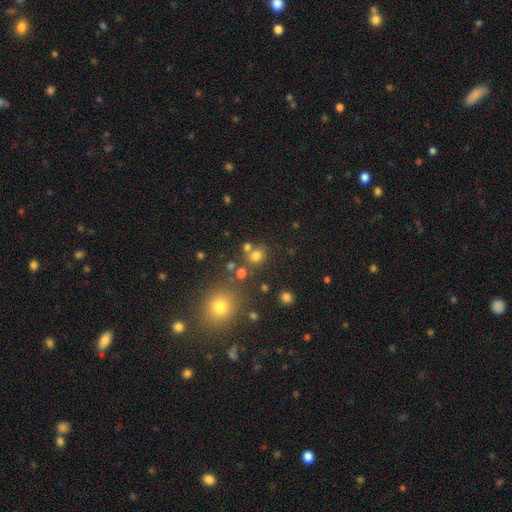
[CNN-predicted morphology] Q: Smooth or featured?
A: smooth (72%); runner-up: star or artifact (19%)
Q: How rounded?
A: round (80%); runner-up: in between (19%)
Q: Merging?
A: none (67%); runner-up: merger (18%)